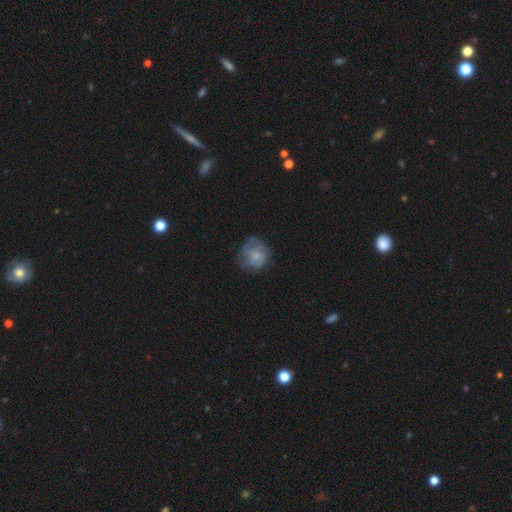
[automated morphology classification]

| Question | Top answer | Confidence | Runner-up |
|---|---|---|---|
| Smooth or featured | smooth | 62% | featured or disk (28%) |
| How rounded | round | 80% | in between (19%) |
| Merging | none | 55% | minor disturbance (26%) |